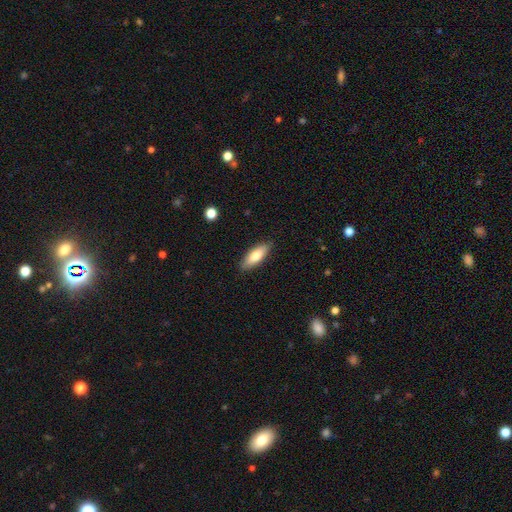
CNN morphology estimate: A smooth galaxy with no disk features (75%) that is in between round and cigar-shaped (65%). Merging: none (87%).